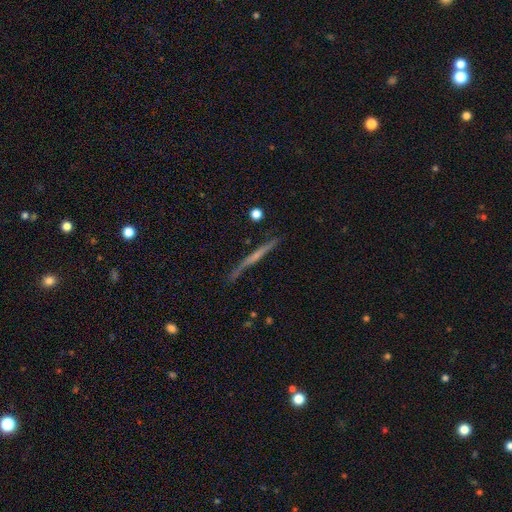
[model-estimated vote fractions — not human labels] Smooth or featured: featured or disk — 62% (smooth — 31%)
Edge-on disk: yes — 97% (no — 3%)
Edge-on bulge: none — 69% (rounded — 23%)
Merging: none — 83% (minor disturbance — 12%)